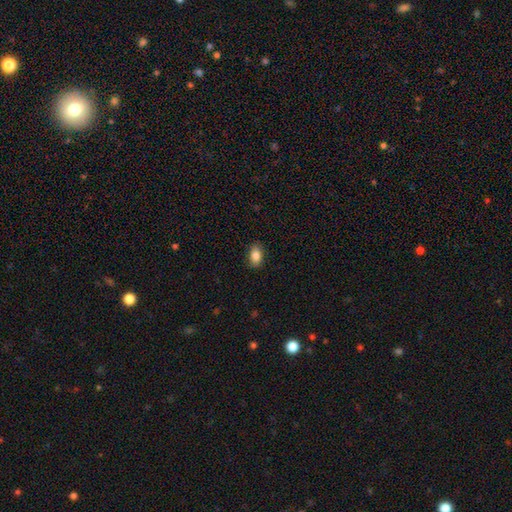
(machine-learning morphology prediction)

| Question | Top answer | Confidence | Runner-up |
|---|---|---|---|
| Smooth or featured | smooth | 85% | star or artifact (8%) |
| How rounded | in between | 89% | round (9%) |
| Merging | none | 88% | minor disturbance (9%) |